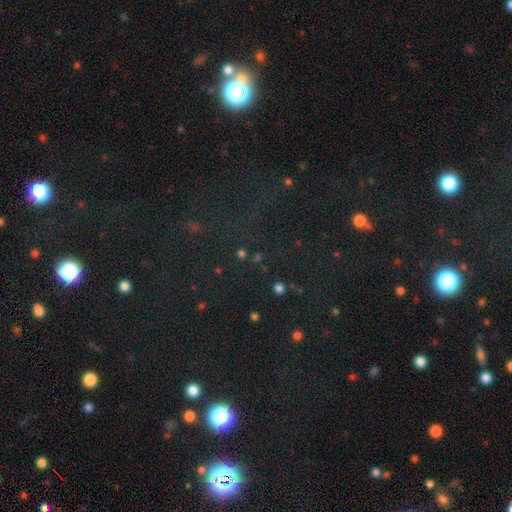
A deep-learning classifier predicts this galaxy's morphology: A star or artifact, not a galaxy (68%).

Vote fractions:
- Smooth or featured? star or artifact: 68% / smooth: 23% / featured or disk: 10%